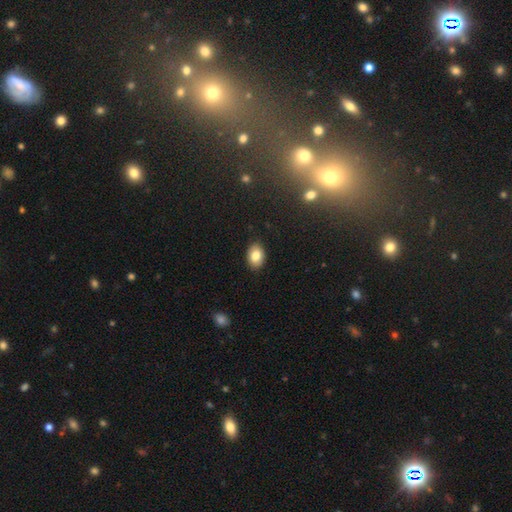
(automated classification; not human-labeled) The model was most divided on "how rounded": in between: 81%, round: 18%, cigar-shaped: 1%. More confident: merging — none (89%); smooth or featured — smooth (82%).